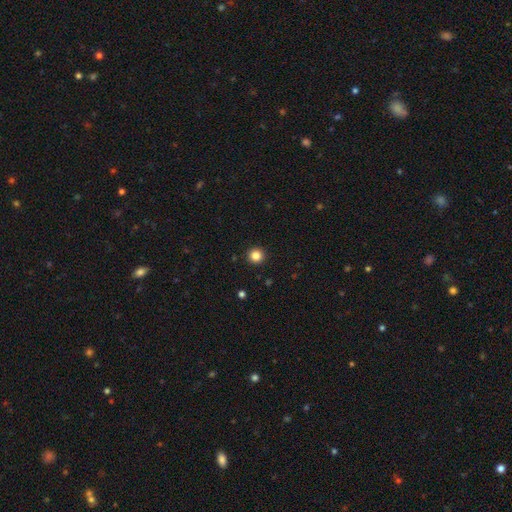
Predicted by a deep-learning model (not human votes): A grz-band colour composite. It shows a smooth galaxy with no disk features (83%) that is round (96%). Merging: none (93%).